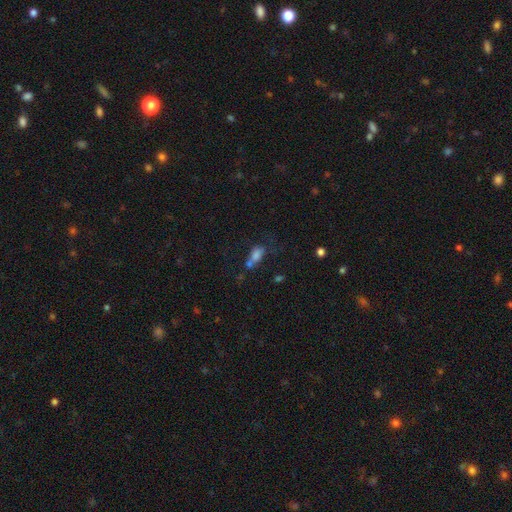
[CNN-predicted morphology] A smooth galaxy with no disk features (71%) that is in between round and cigar-shaped (78%).

Vote fractions:
- Smooth or featured? smooth: 71% / featured or disk: 15% / star or artifact: 14%
- How rounded? in between: 78% / round: 13% / cigar-shaped: 9%
- Merging? merger: 38% / none: 30% / minor disturbance: 16% / major disturbance: 16%